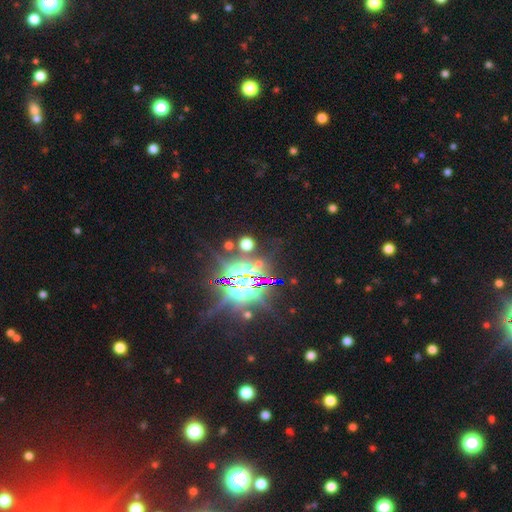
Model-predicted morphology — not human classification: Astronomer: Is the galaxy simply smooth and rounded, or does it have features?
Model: star or artifact — 84%.